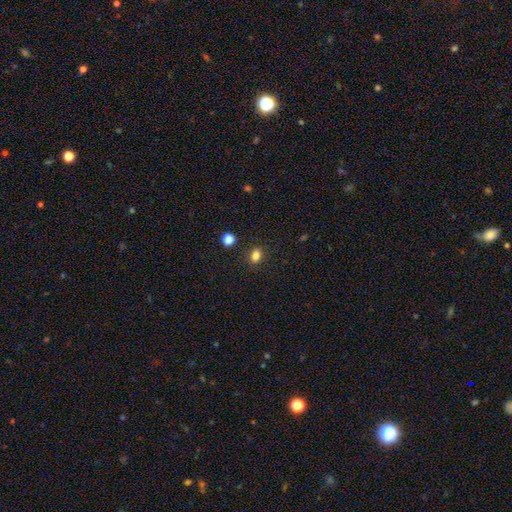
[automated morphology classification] A smooth galaxy with no disk features (82%) that is in between round and cigar-shaped (65%). Merging: none (86%).